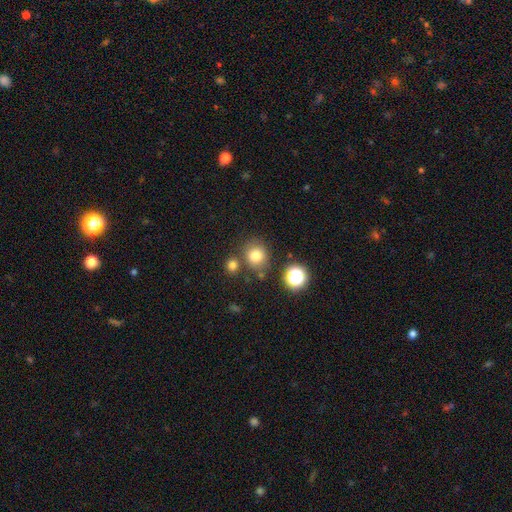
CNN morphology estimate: This is likely a smooth galaxy (78%). How rounded: clearly round (82%). Merging: likely none (74%).